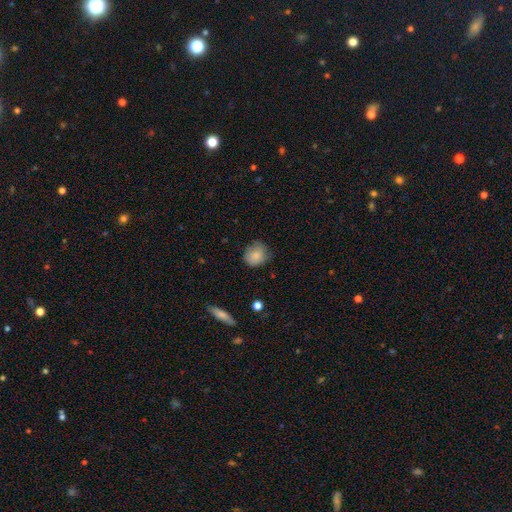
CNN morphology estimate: This appears to be a smooth galaxy with no disk features (83%) that is round (73%). Merging: none (68%).